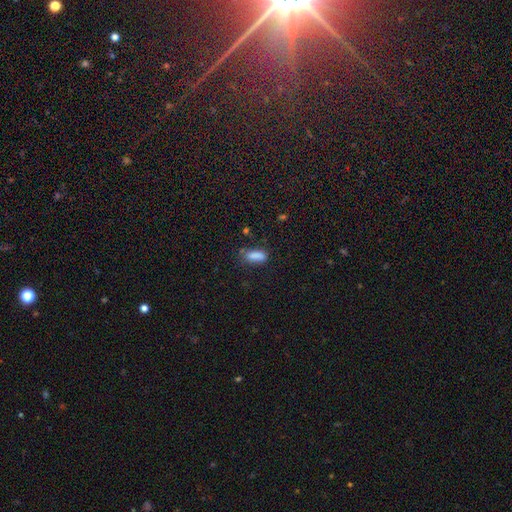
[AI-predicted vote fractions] smooth_or_featured: smooth (p=0.83) [alt: star or artifact p=0.11]
how_rounded: in between (p=0.76) [alt: cigar-shaped p=0.21]
merging: none (p=0.61) [alt: minor disturbance p=0.24]